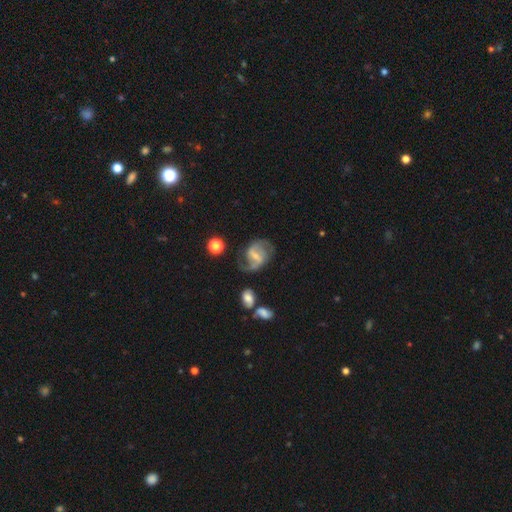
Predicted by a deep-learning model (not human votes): This is clearly a featured or disk galaxy (81%). It is clearly not viewed edge-on (97%). Bar: marginally weak (45%). Spiral arm pattern: clearly yes (92%). Spiral arm count: clearly 2 (86%). Spiral winding: marginally medium (44%). Central bulge: possibly small (57%). Merging: likely none (65%).